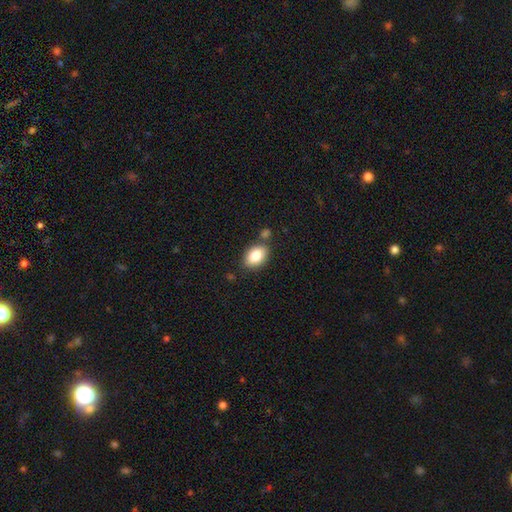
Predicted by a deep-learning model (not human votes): smooth 84%, featured or disk 9%, star or artifact 7%. Down the decision tree: how rounded — in between (88%); merging — none (74%).